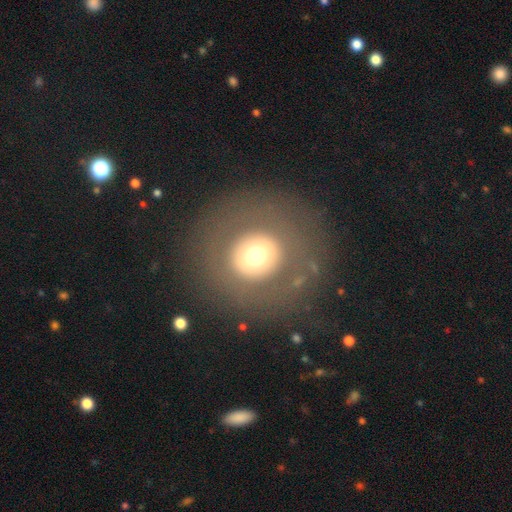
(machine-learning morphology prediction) Q: Smooth or featured?
A: smooth (62%); runner-up: featured or disk (24%)
Q: How rounded?
A: round (88%); runner-up: in between (11%)
Q: Merging?
A: none (78%); runner-up: major disturbance (11%)